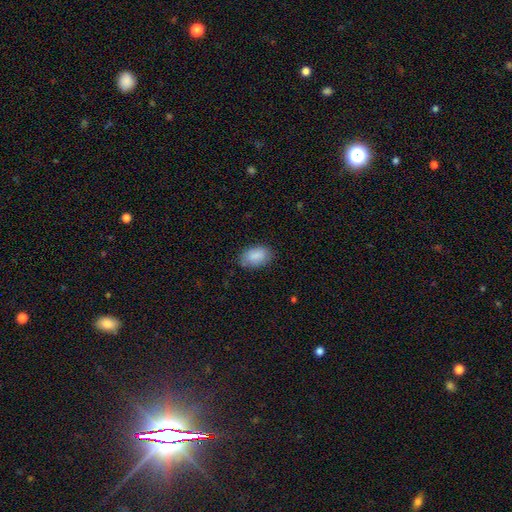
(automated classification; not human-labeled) This is clearly a smooth galaxy (86%). How rounded: clearly in between (91%). Merging: likely none (76%).